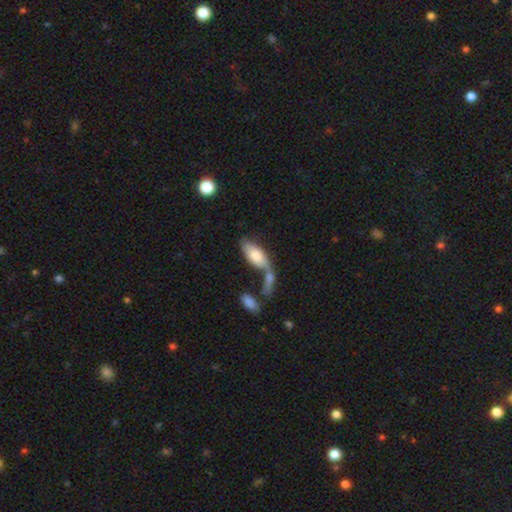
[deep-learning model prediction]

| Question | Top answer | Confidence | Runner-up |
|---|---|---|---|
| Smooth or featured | smooth | 71% | featured or disk (23%) |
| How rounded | in between | 82% | cigar-shaped (15%) |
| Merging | merger | 45% | none (34%) |